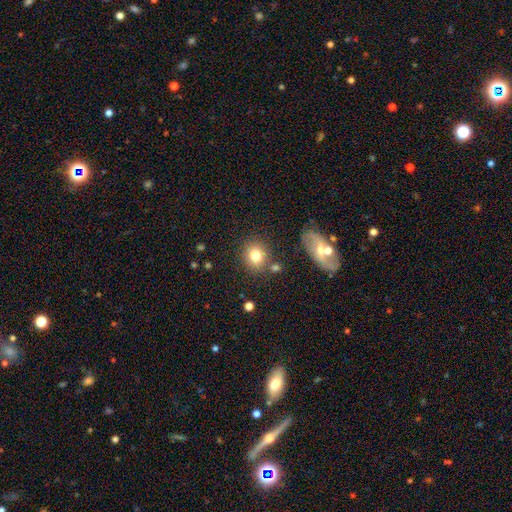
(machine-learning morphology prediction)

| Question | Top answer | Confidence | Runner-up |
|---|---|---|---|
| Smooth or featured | smooth | 78% | featured or disk (11%) |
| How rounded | round | 77% | in between (22%) |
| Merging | none | 77% | minor disturbance (11%) |